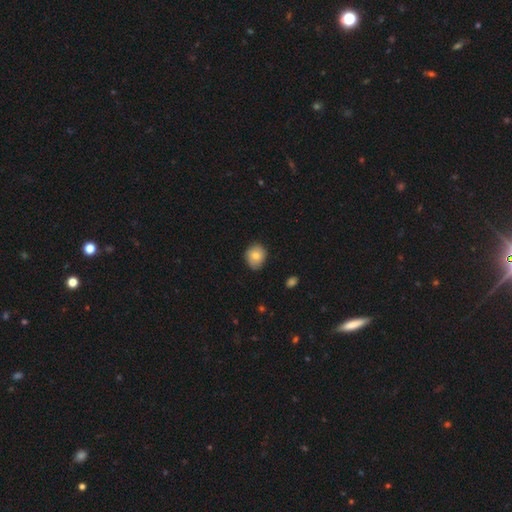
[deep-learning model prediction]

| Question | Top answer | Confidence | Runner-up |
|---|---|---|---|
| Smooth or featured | smooth | 79% | featured or disk (12%) |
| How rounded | round | 64% | in between (35%) |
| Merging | none | 78% | minor disturbance (18%) |